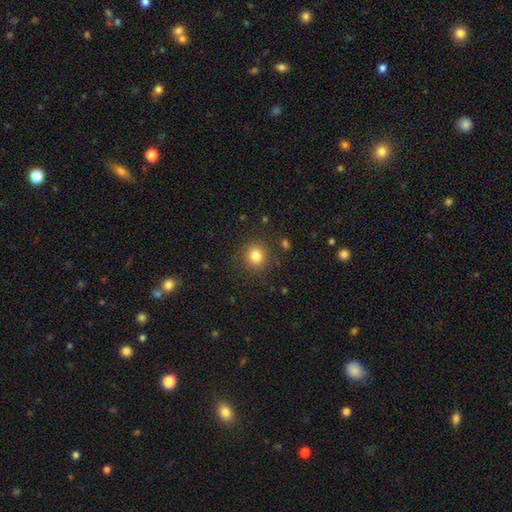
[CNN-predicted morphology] This appears to be a smooth galaxy with no disk features (81%) that is round (86%). Merging: none (87%).